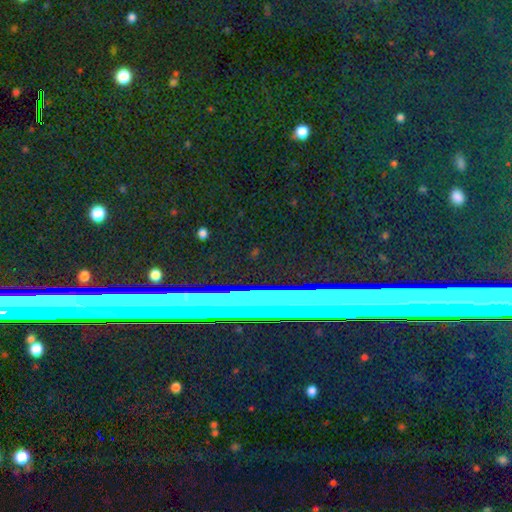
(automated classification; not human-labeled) A star or artifact, not a galaxy (71%).